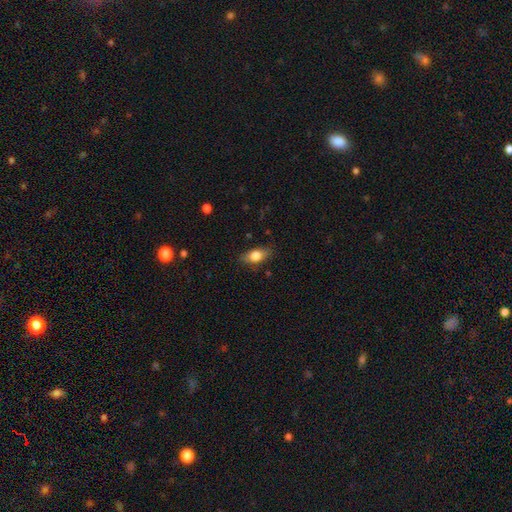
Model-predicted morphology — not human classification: The model was most divided on "smooth or featured": smooth: 76%, featured or disk: 17%, star or artifact: 7%. More confident: how rounded — in between (83%); merging — none (80%).